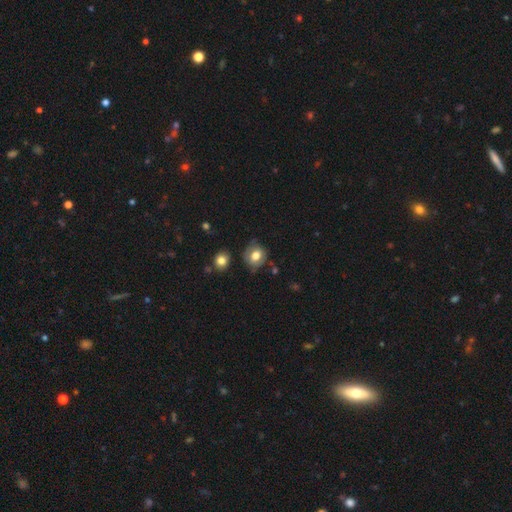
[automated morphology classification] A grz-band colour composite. It shows a smooth galaxy with no disk features (70%) that is round (65%). Merging: none (66%).